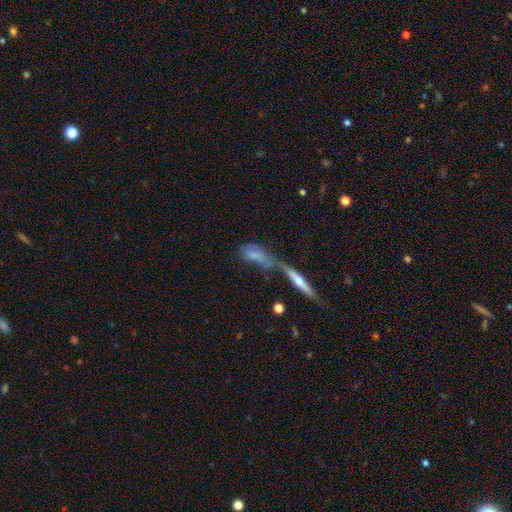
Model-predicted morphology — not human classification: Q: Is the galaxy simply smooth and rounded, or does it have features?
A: smooth — 55%.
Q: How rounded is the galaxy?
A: in between — 57%.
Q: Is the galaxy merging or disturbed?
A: merger — 55%.